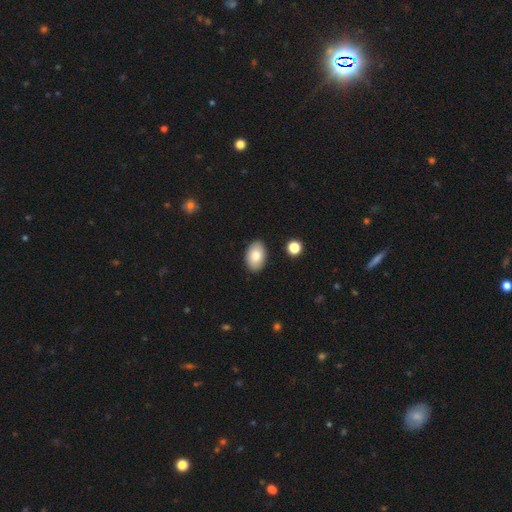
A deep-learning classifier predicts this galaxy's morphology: smooth_or_featured: smooth (p=0.82) [alt: featured or disk p=0.11]
how_rounded: in between (p=0.91) [alt: round p=0.08]
merging: none (p=0.87) [alt: minor disturbance p=0.09]